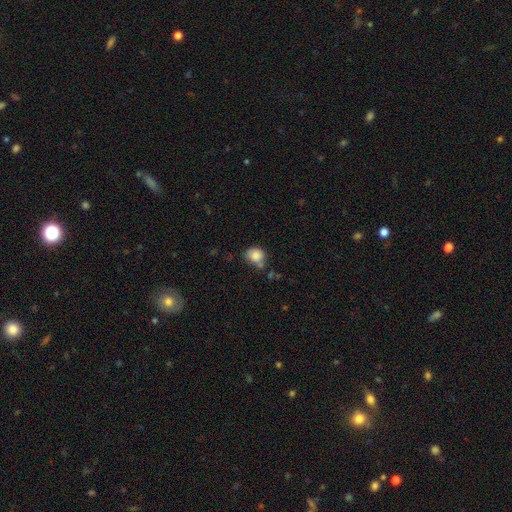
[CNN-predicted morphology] Q: Smooth or featured?
A: smooth (81%); runner-up: star or artifact (9%)
Q: How rounded?
A: round (64%); runner-up: in between (35%)
Q: Merging?
A: none (53%); runner-up: minor disturbance (27%)